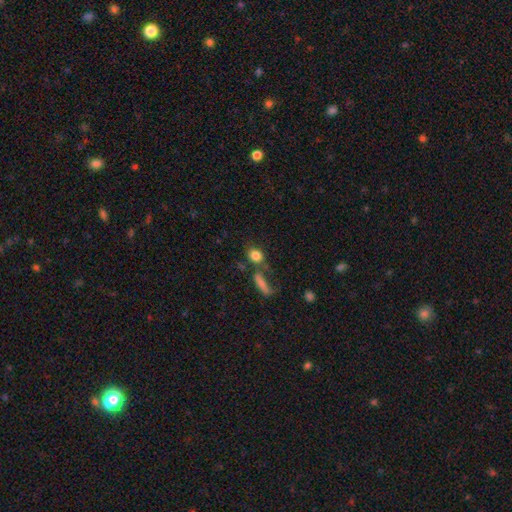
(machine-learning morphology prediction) A smooth galaxy with no disk features (81%) that is round (56%).

Vote fractions:
- Smooth or featured? smooth: 81% / star or artifact: 10% / featured or disk: 8%
- How rounded? round: 56% / in between: 39% / cigar-shaped: 5%
- Merging? none: 56% / merger: 24% / minor disturbance: 13% / major disturbance: 8%